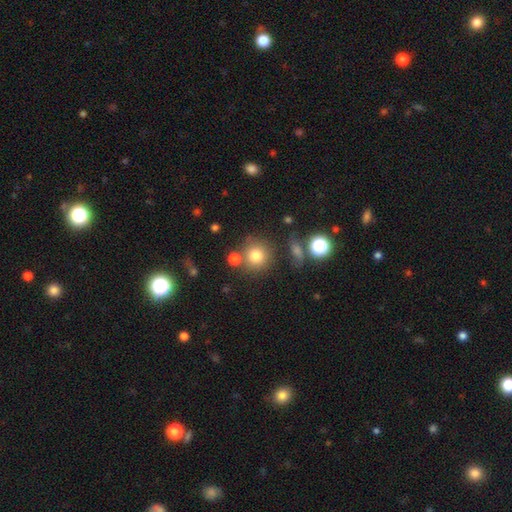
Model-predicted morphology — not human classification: Q: Smooth or featured?
A: smooth (78%); runner-up: star or artifact (13%)
Q: How rounded?
A: round (90%); runner-up: in between (8%)
Q: Merging?
A: none (72%); runner-up: merger (13%)